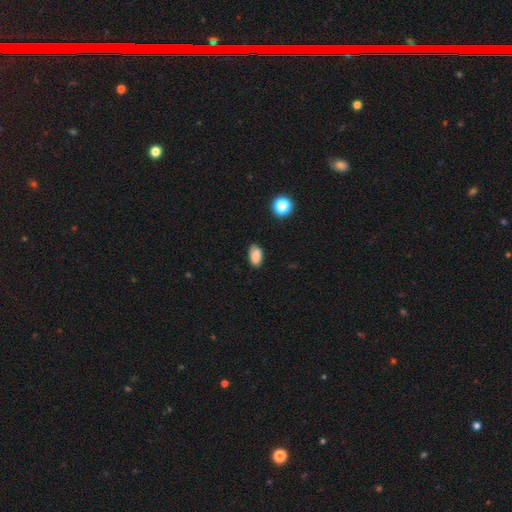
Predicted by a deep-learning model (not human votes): This appears to be a smooth galaxy with no disk features (85%) that is in between round and cigar-shaped (92%). Merging: none (78%).